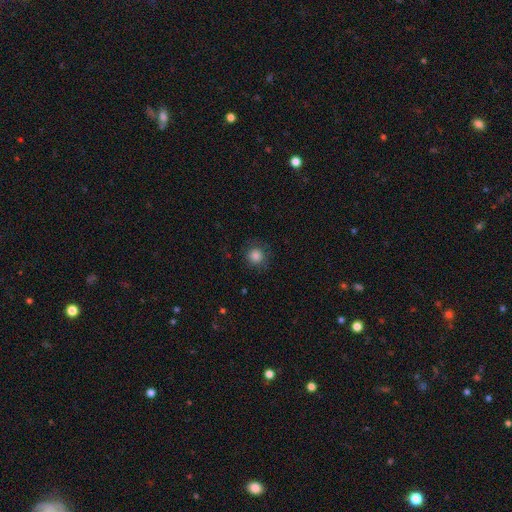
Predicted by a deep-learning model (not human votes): Smooth or featured: smooth — 83% (star or artifact — 11%)
How rounded: round — 93% (in between — 6%)
Merging: none — 82% (minor disturbance — 12%)